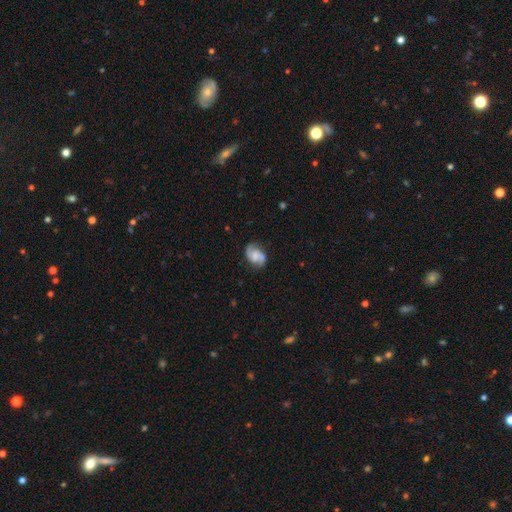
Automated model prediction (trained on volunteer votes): This appears to be a featured or disk galaxy (62%) with no bar (57%), 2 (87%) medium (45%) spiral arms (91%) and a small central bulge (36%). Merging: none (69%).